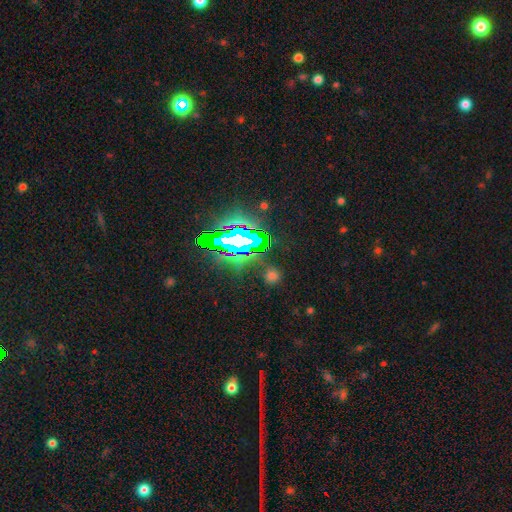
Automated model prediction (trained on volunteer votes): star or artifact 68%, smooth 20%, featured or disk 12%.